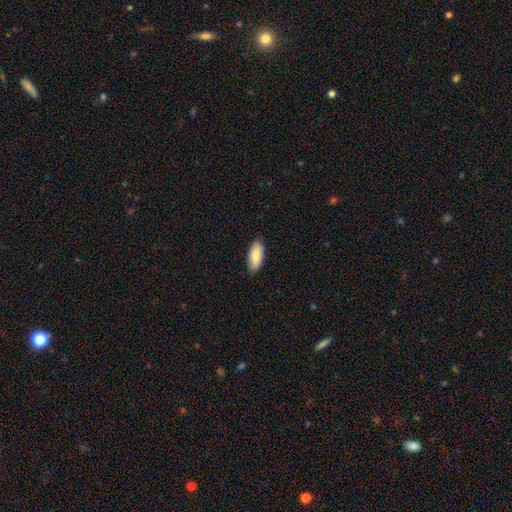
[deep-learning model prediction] A smooth galaxy with no disk features (81%) that is in between round and cigar-shaped (87%). Merging: none (87%).